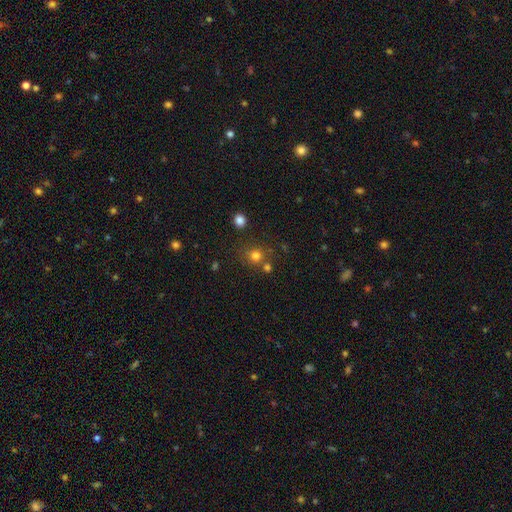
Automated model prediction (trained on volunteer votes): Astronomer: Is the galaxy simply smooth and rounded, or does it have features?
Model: smooth — 76%.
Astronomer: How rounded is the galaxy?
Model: round — 86%.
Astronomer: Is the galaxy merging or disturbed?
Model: none — 70%.